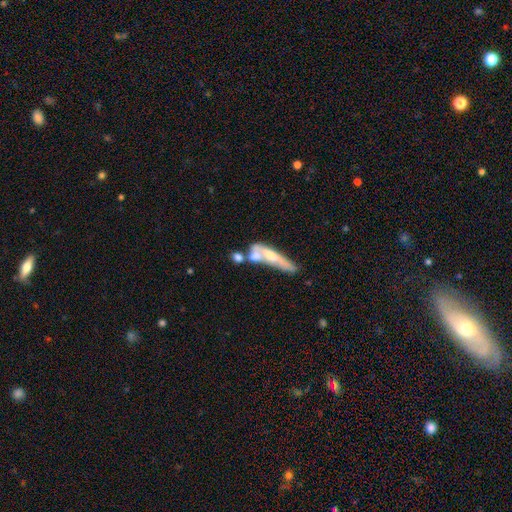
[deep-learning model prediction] This appears to be a featured or disk galaxy (46%, tied with smooth). Merging: merger (49%).